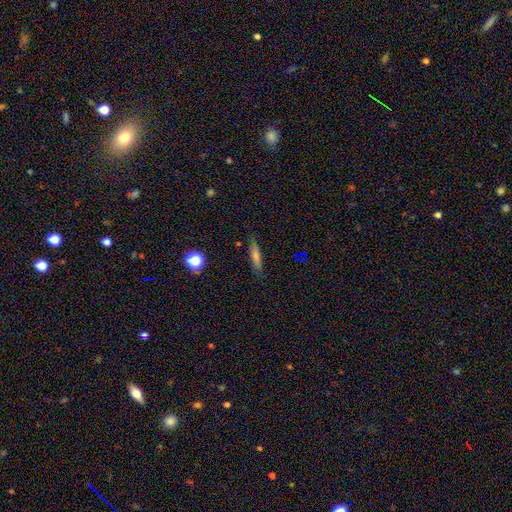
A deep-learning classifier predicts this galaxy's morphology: Smooth or featured? Predicted: smooth (p=0.58). How rounded? Predicted: cigar-shaped (p=0.80). Merging? Predicted: none (p=0.84).